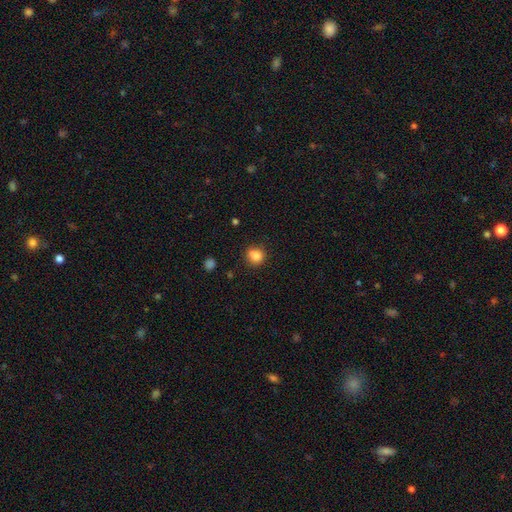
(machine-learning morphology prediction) Smooth or featured: smooth — 84% (star or artifact — 11%)
How rounded: round — 76% (in between — 23%)
Merging: none — 74% (minor disturbance — 18%)